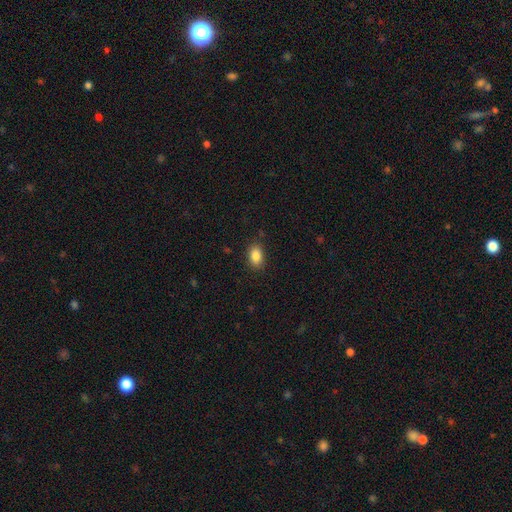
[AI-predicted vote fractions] smooth-or-featured: smooth: 87% | star or artifact: 8% | featured or disk: 5%
  how-rounded: in between: 87% | round: 11% | cigar-shaped: 2%
  merging: none: 86% | minor disturbance: 11% | major disturbance: 3% | merger: 1%